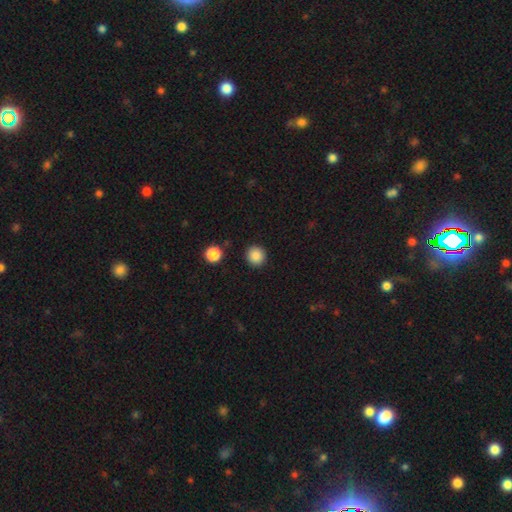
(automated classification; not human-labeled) smooth 87%, star or artifact 10%, featured or disk 3%. Down the decision tree: how rounded — round (93%); merging — none (91%).